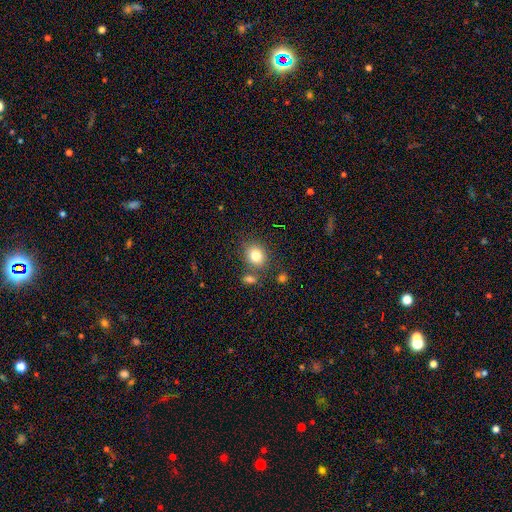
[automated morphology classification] Smooth or featured? Predicted: smooth (p=0.82). How rounded? Predicted: round (p=0.59). Merging? Predicted: none (p=0.71).